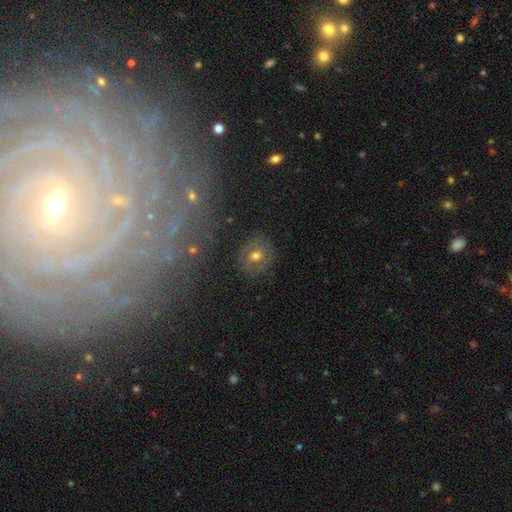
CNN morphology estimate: type=featured or disk (64%); edge-on=no (97%); bar=no (50%); spiral arms=yes (84%); winding=tight (51%); arm count=2 (64%); bulge=moderate (73%); merging=none (78%).